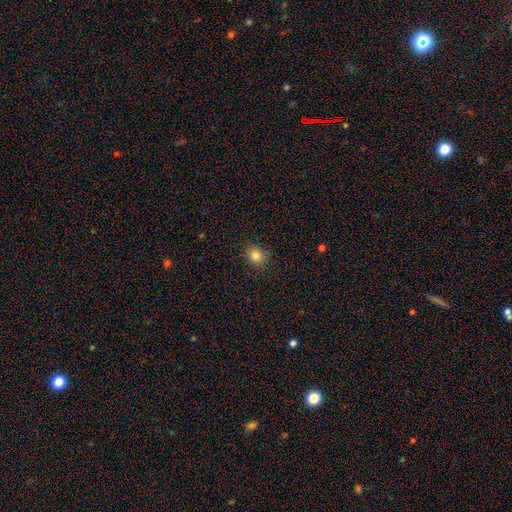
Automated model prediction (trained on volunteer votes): smooth-or-featured: smooth: 83% | star or artifact: 12% | featured or disk: 5%
  how-rounded: round: 74% | in between: 25% | cigar-shaped: 1%
  merging: none: 88% | minor disturbance: 9% | major disturbance: 2% | merger: 1%